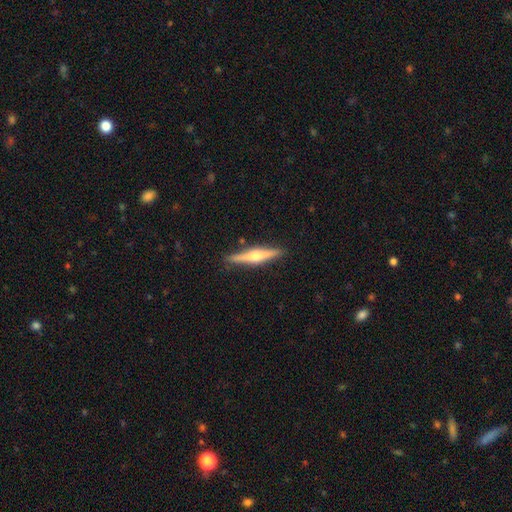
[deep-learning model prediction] smooth-or-featured: featured or disk: 62% | smooth: 32% | star or artifact: 6%
  disk-edge-on: yes: 97% | no: 3%
    edge-on-bulge: rounded: 86% | boxy: 8% | none: 7%
  merging: none: 88% | minor disturbance: 9% | major disturbance: 2% | merger: 2%